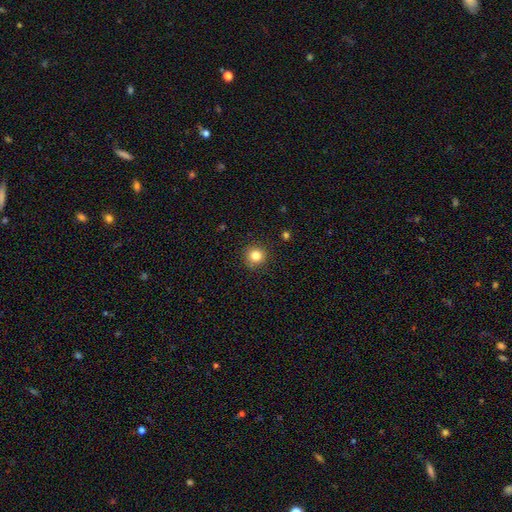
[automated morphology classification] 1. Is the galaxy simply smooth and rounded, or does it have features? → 82% smooth, 12% star or artifact, 6% featured or disk.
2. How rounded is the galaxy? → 94% round, 5% in between, 1% cigar-shaped.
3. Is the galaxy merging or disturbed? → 90% none, 7% minor disturbance, 2% major disturbance, 1% merger.